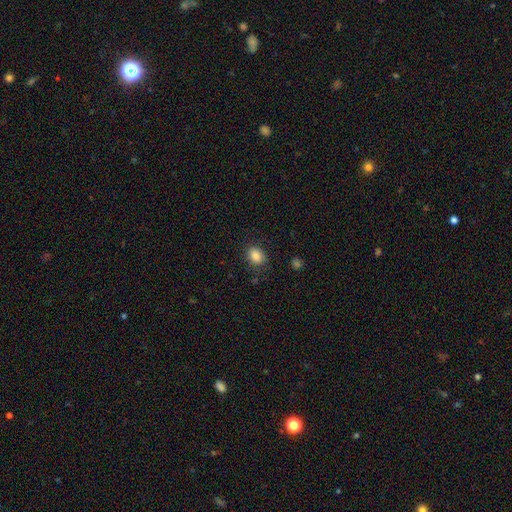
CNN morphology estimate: A smooth galaxy with no disk features (85%) that is in between round and cigar-shaped (62%).

Vote fractions:
- Smooth or featured? smooth: 85% / star or artifact: 9% / featured or disk: 5%
- How rounded? in between: 62% / round: 37% / cigar-shaped: 1%
- Merging? none: 83% / minor disturbance: 12% / major disturbance: 3% / merger: 1%